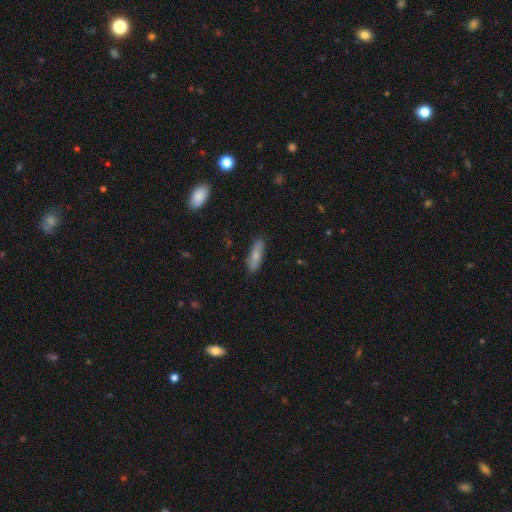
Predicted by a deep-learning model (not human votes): This is likely a smooth galaxy (74%). How rounded: possibly cigar-shaped (52%). Merging: clearly none (85%).